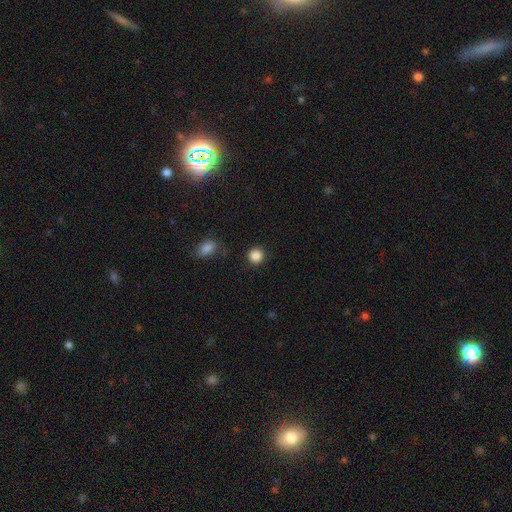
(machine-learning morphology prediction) Smooth or featured? smooth (87%)
How rounded? round (93%)
Merging? none (87%)